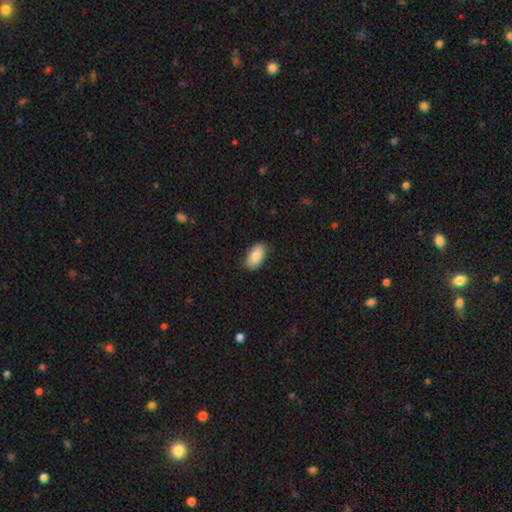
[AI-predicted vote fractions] Q: Smooth or featured?
A: smooth (85%); runner-up: featured or disk (8%)
Q: How rounded?
A: in between (94%); runner-up: round (3%)
Q: Merging?
A: none (86%); runner-up: minor disturbance (11%)